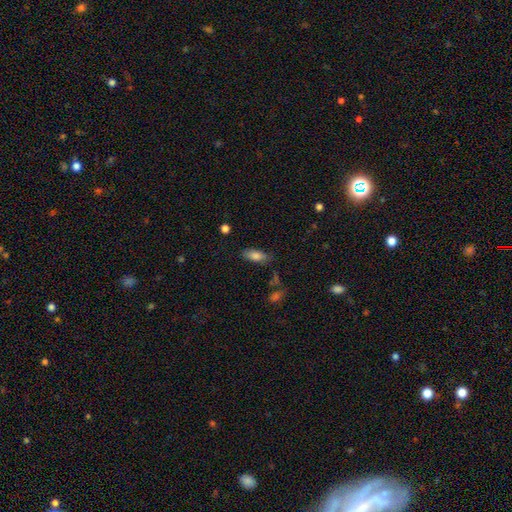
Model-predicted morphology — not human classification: The model was most divided on "merging": none: 76%, minor disturbance: 17%, major disturbance: 4%, merger: 3%. More confident: smooth or featured — smooth (81%); how rounded — in between (80%).